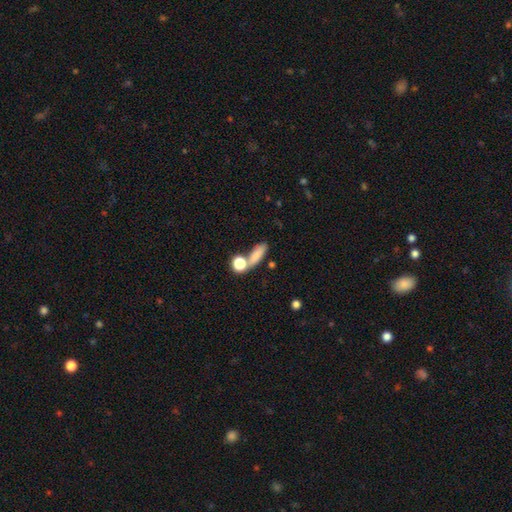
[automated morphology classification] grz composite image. It shows a smooth galaxy with no disk features (78%) that is in between round and cigar-shaped (47%). Merging: none (52%).